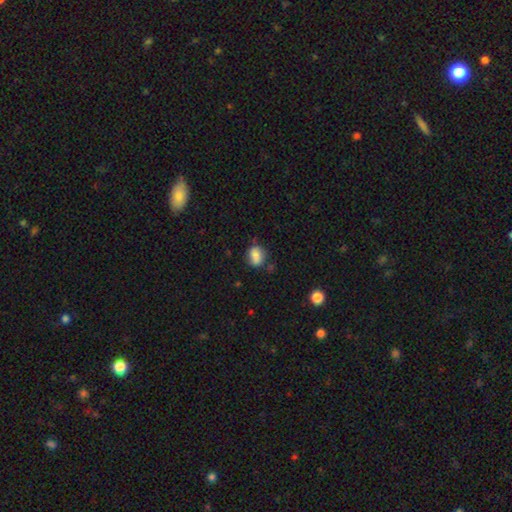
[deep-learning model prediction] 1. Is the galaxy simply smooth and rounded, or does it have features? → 74% smooth, 17% featured or disk, 9% star or artifact.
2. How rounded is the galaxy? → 56% in between, 42% round, 2% cigar-shaped.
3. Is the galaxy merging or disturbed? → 65% none, 23% minor disturbance, 6% major disturbance, 6% merger.